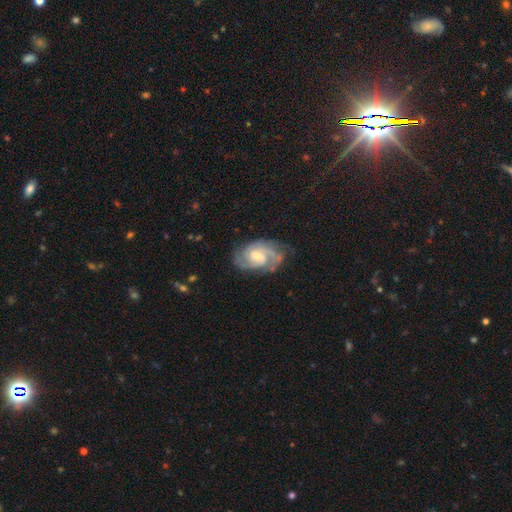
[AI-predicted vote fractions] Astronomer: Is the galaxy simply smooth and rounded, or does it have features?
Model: featured or disk — 84%.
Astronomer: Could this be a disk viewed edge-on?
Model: no — 97%.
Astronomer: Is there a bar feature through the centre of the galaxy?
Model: no — 53% (runner-up: weak, 40%).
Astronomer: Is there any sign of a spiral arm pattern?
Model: yes — 96%.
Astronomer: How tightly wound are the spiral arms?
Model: tight — 54% (runner-up: medium, 38%).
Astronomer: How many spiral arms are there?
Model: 2 — 47% (runner-up: 3, 23%).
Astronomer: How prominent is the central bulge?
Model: moderate — 48% (runner-up: small, 36%).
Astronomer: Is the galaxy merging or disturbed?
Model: none — 70%.